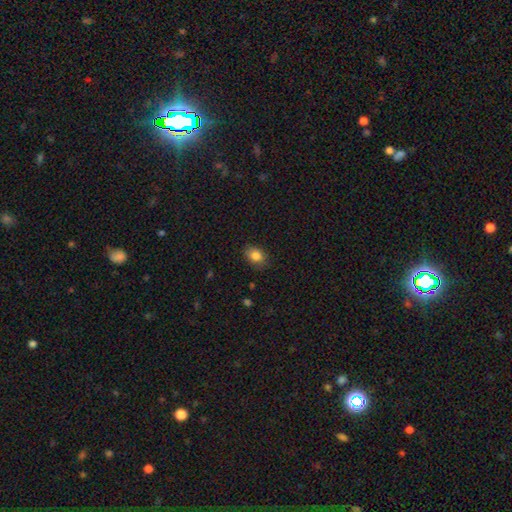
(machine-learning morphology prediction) smooth-or-featured: smooth: 84% | star or artifact: 9% | featured or disk: 7%
  how-rounded: in between: 66% | round: 33% | cigar-shaped: 1%
  merging: none: 80% | minor disturbance: 16% | major disturbance: 3% | merger: 1%